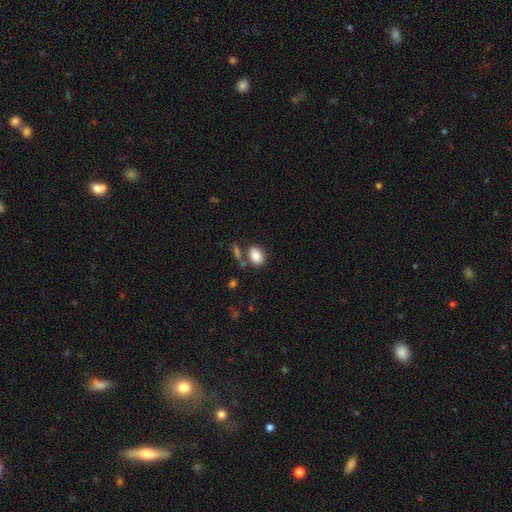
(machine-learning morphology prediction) The model was most divided on "how rounded": in between: 71%, round: 27%, cigar-shaped: 1%. More confident: smooth or featured — smooth (84%); merging — none (67%).